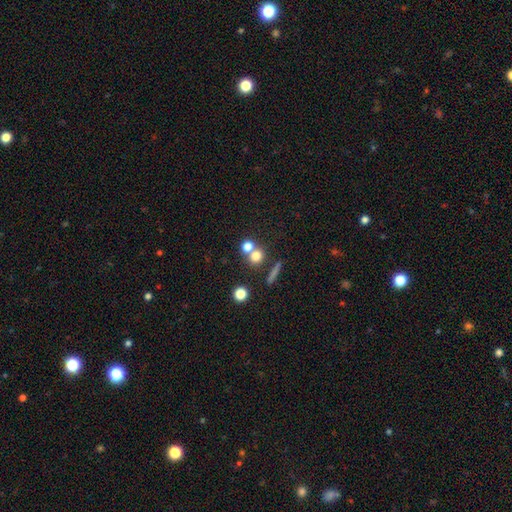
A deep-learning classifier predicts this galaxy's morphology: Smooth or featured? Predicted: smooth (p=0.72). How rounded? Predicted: round (p=0.86). Merging? Predicted: none (p=0.54).